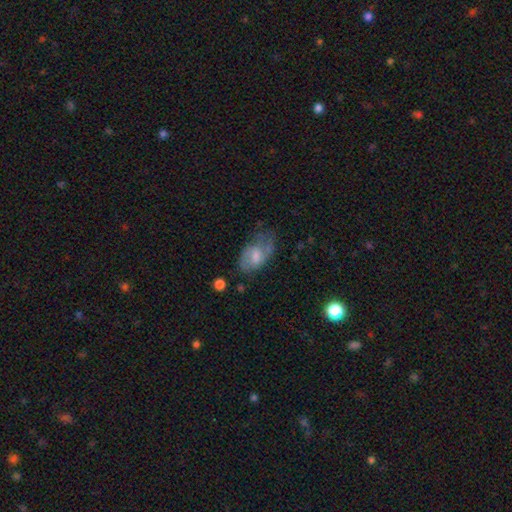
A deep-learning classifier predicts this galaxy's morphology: featured or disk 50%, smooth 42%, star or artifact 8%. Down the decision tree: merging — none (49%).